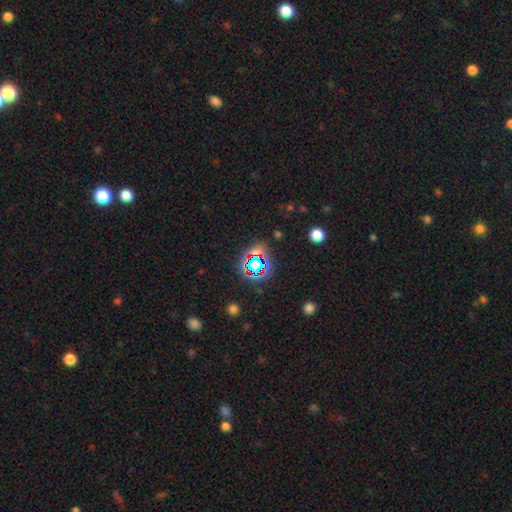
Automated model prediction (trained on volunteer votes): A star or artifact, not a galaxy (67%).

Vote fractions:
- Smooth or featured? star or artifact: 67% / smooth: 21% / featured or disk: 12%